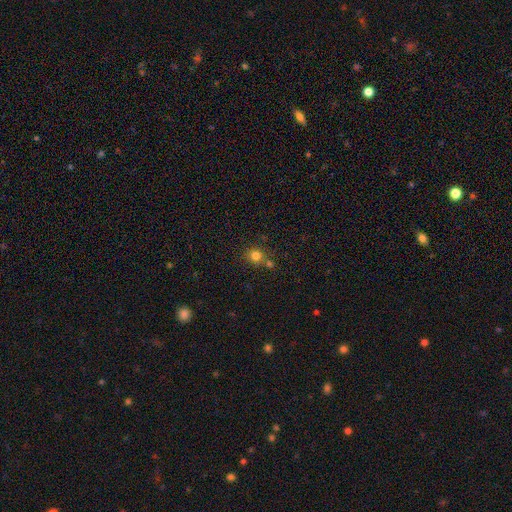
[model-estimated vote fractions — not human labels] This appears to be a smooth galaxy with no disk features (80%) that is round (88%). Merging: none (69%).